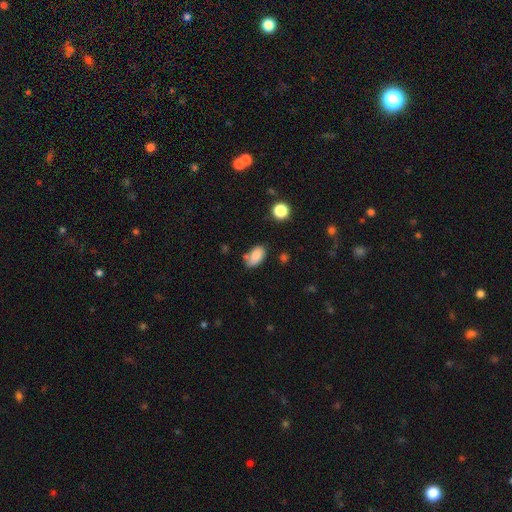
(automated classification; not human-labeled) Q: Smooth or featured?
A: smooth (83%); runner-up: featured or disk (8%)
Q: How rounded?
A: in between (92%); runner-up: round (6%)
Q: Merging?
A: none (63%); runner-up: minor disturbance (23%)